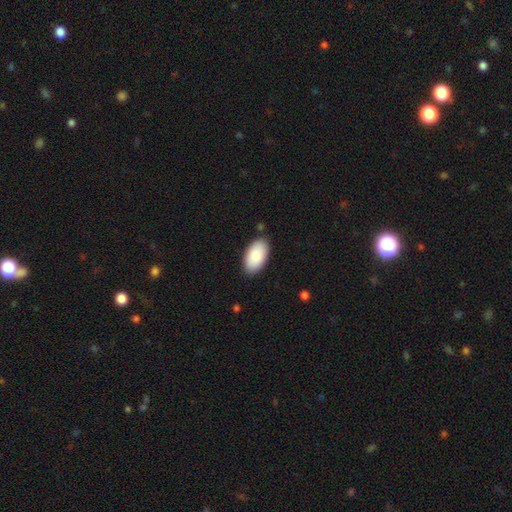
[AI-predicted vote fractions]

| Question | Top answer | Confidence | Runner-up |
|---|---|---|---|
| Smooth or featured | smooth | 86% | featured or disk (9%) |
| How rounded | in between | 96% | round (2%) |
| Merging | none | 87% | minor disturbance (10%) |